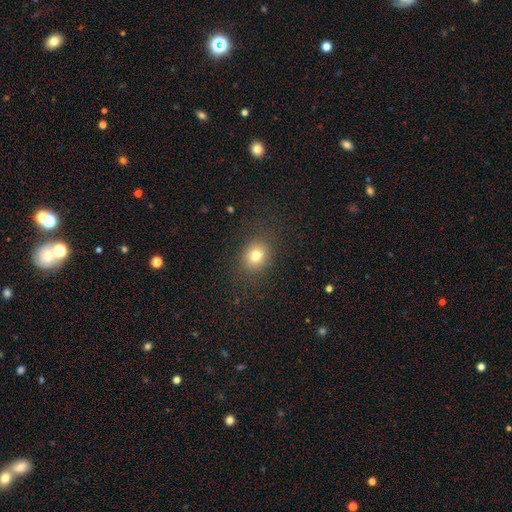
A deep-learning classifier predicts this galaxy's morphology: Smooth or featured? Predicted: smooth (p=0.78). How rounded? Predicted: round (p=0.61). Merging? Predicted: none (p=0.85).